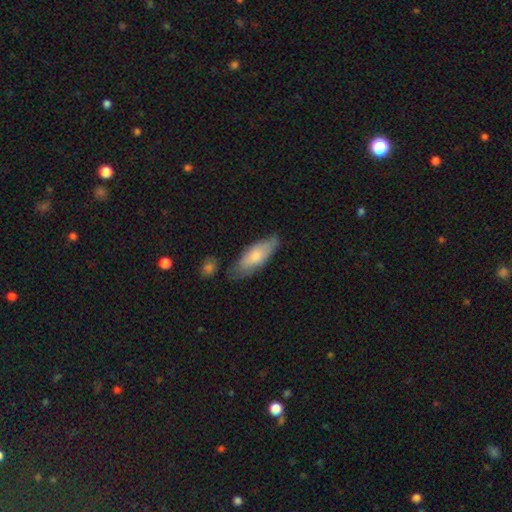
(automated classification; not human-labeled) A smooth galaxy with no disk features (71%) that is in between round and cigar-shaped (68%). Merging: none (66%).